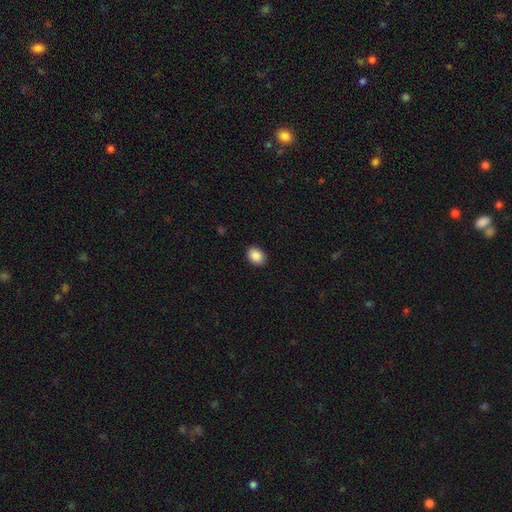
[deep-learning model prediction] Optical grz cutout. It shows a smooth galaxy with no disk features (89%) that is in between round and cigar-shaped (66%). Merging: none (90%).